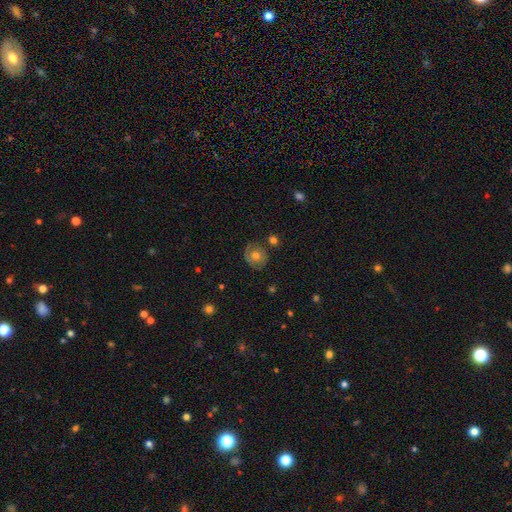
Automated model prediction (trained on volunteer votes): smooth_or_featured: featured or disk (p=0.47) [alt: smooth p=0.44]
merging: none (p=0.76) [alt: minor disturbance p=0.16]